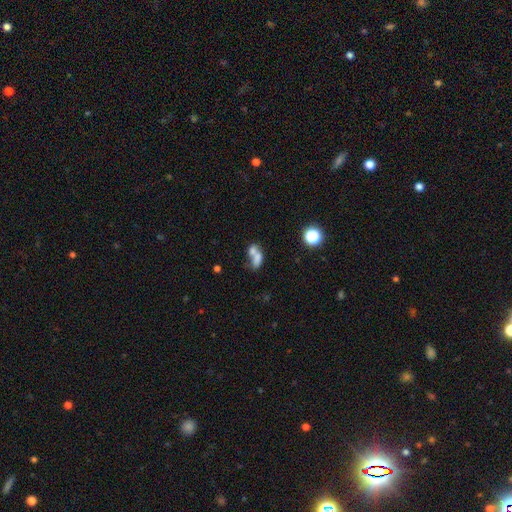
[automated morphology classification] Smooth or featured? Predicted: smooth (p=0.66). How rounded? Predicted: in between (p=0.74). Merging? Predicted: merger (p=0.65).